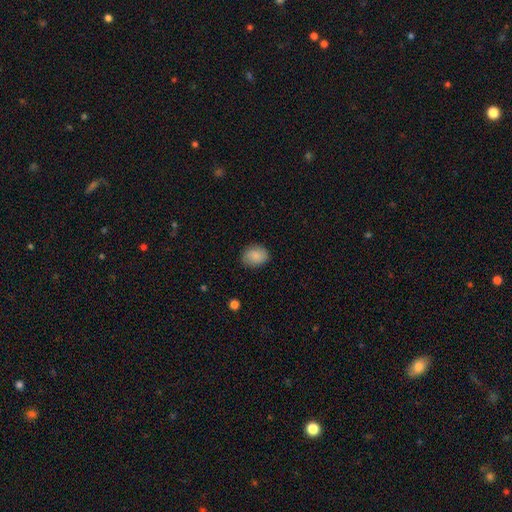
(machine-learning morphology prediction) Smooth or featured?
  - smooth: 85% *
  - star or artifact: 7%
  - featured or disk: 7%
How rounded?
  - in between: 51% *
  - round: 48%
  - cigar-shaped: 1%
Merging?
  - none: 84% *
  - minor disturbance: 12%
  - major disturbance: 3%
  - merger: 1%